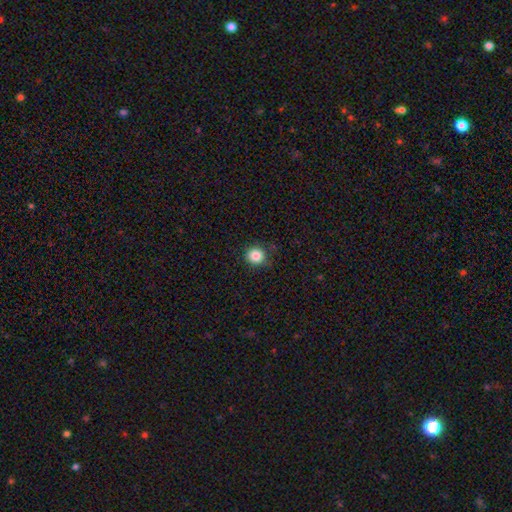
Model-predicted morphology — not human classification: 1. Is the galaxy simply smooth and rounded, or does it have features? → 85% smooth, 11% star or artifact, 4% featured or disk.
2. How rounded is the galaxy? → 92% round, 8% in between, 1% cigar-shaped.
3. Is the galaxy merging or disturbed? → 87% none, 9% minor disturbance, 2% major disturbance, 1% merger.